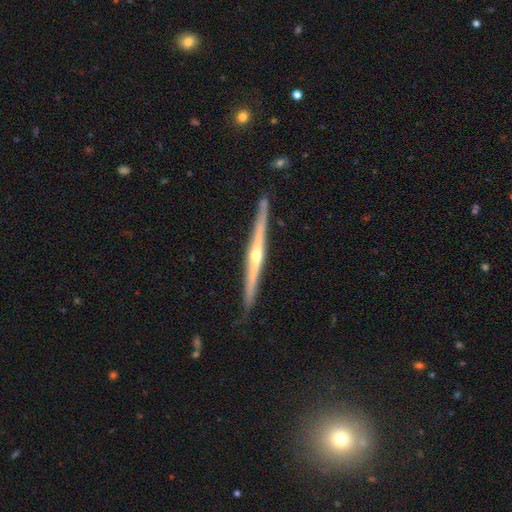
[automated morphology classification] smooth-or-featured: featured or disk: 82% | smooth: 13% | star or artifact: 5%
  disk-edge-on: yes: 98% | no: 2%
    edge-on-bulge: rounded: 81% | none: 16% | boxy: 3%
  merging: none: 90% | minor disturbance: 8% | major disturbance: 1% | merger: 1%